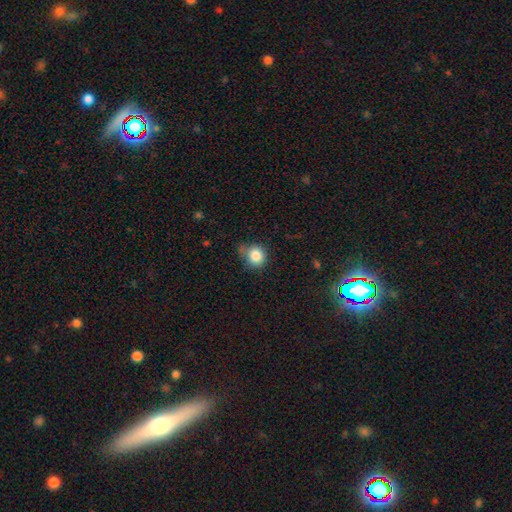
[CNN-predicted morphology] A smooth galaxy with no disk features (84%) that is round (80%). Merging: none (63%).